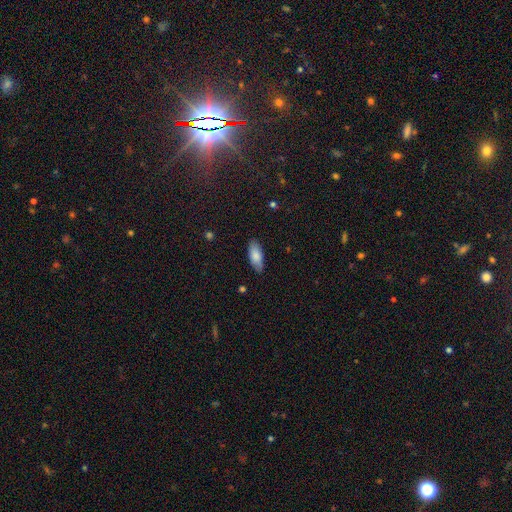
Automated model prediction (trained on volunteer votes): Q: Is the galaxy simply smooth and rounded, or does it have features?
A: smooth — 83%.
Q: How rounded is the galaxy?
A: in between — 81%.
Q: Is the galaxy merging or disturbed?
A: none — 85%.